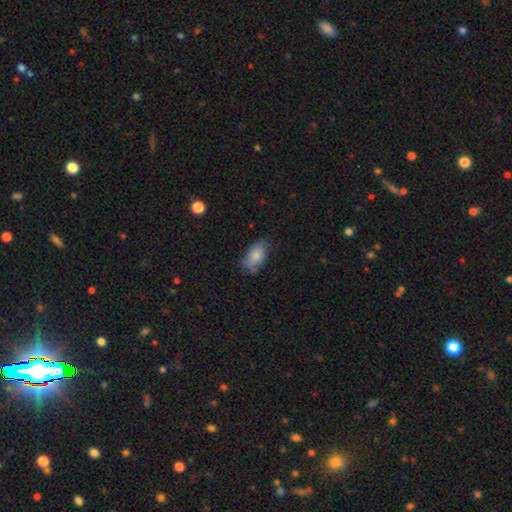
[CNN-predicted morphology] This is clearly a smooth galaxy (81%). How rounded: clearly in between (92%). Merging: likely none (63%).